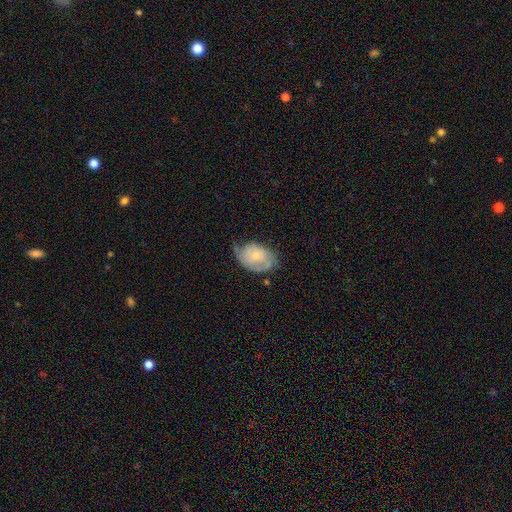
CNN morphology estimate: This is possibly a smooth galaxy (53%). How rounded: clearly in between (82%). Merging: marginally minor disturbance (41%).